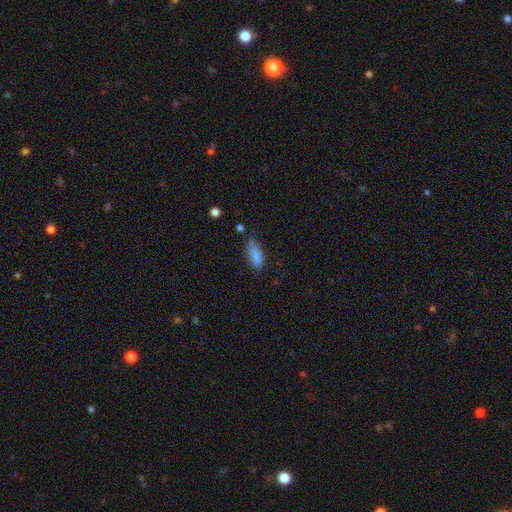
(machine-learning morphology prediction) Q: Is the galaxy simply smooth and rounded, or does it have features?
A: smooth — 85%.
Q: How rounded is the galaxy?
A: in between — 78%.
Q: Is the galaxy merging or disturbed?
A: none — 60%.